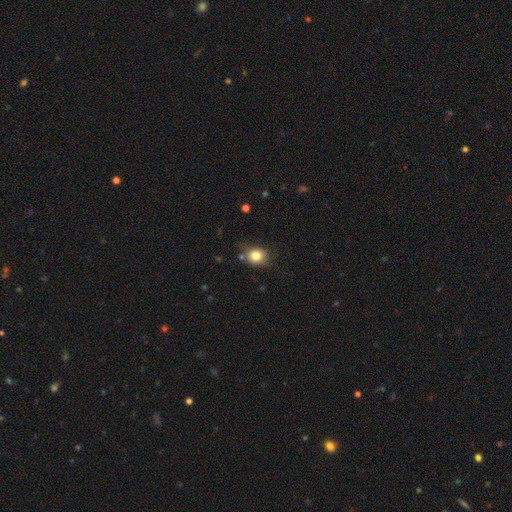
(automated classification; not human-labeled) Q: Smooth or featured?
A: smooth (81%); runner-up: star or artifact (11%)
Q: How rounded?
A: round (66%); runner-up: in between (33%)
Q: Merging?
A: none (75%); runner-up: minor disturbance (16%)